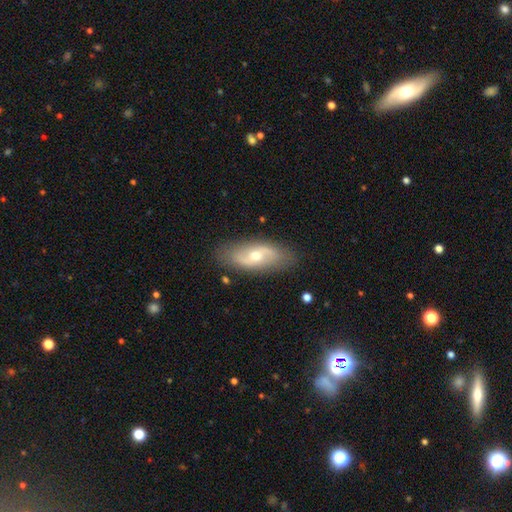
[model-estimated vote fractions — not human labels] A featured or disk galaxy (71%) with no bar (48%), 2 (87%) loose (56%) spiral arms (81%) and a moderate central bulge (61%).

Vote fractions:
- Smooth or featured? featured or disk: 71% / smooth: 23% / star or artifact: 6%
- Edge-on disk? no: 90% / yes: 10%
- Bar? no: 48% / weak: 39% / strong: 13%
- Spiral arms? yes: 81% / no: 19%
- Spiral winding? loose: 56% / medium: 31% / tight: 13%
- Spiral arm count? 2: 87% / can't tell: 8% / 1: 2% / 3: 1% / 4: 1% / more than 4: 1%
- Bulge size? moderate: 61% / small: 34% / large: 3% / none: 1% / dominant: 1%
- Merging? none: 84% / minor disturbance: 11% / major disturbance: 3% / merger: 1%